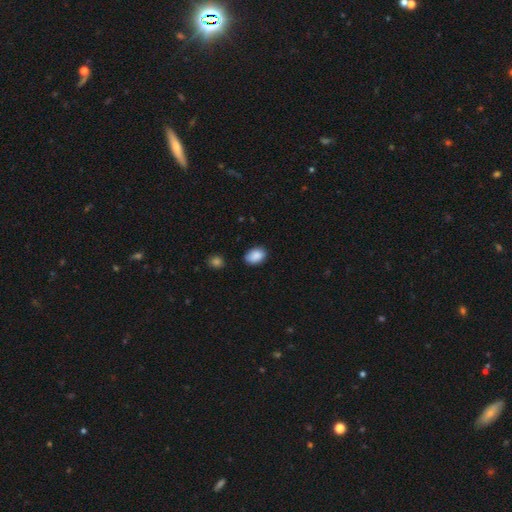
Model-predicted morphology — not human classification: Smooth or featured? smooth (89%)
How rounded? in between (84%)
Merging? none (79%)